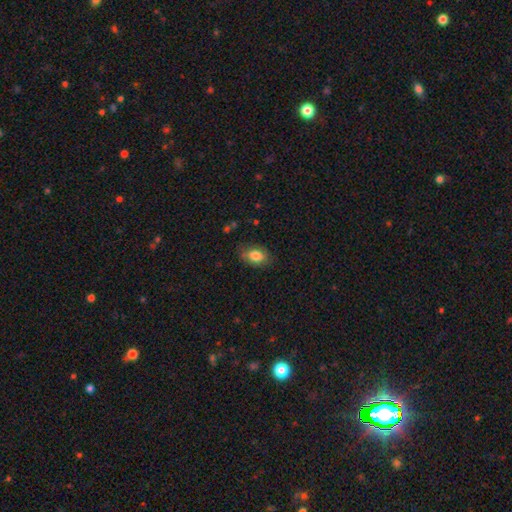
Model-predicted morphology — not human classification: A smooth galaxy with no disk features (81%) that is in between round and cigar-shaped (85%). Merging: none (77%).